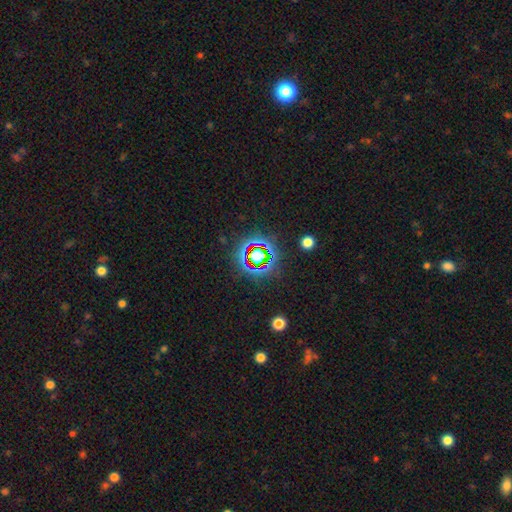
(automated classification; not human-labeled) Smooth or featured?
  - star or artifact: 68% *
  - smooth: 20%
  - featured or disk: 12%